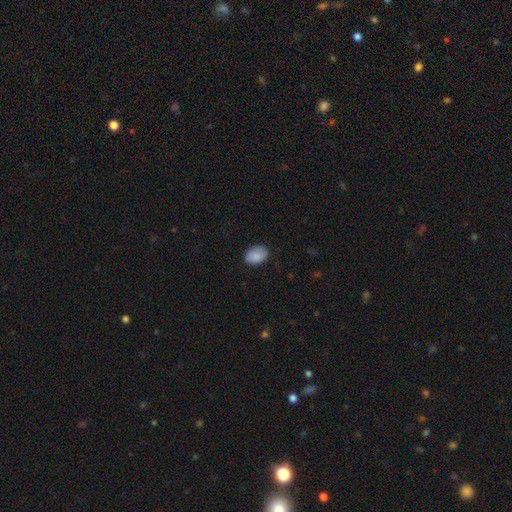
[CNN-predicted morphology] This is clearly a smooth galaxy (88%). How rounded: likely in between (73%). Merging: clearly none (81%).